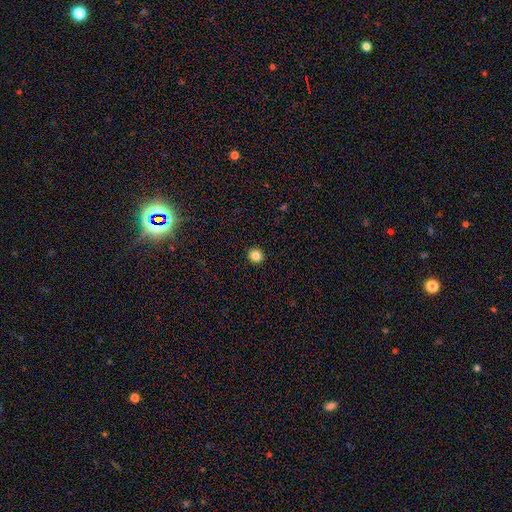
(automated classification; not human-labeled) smooth_or_featured: smooth (p=0.85) [alt: star or artifact p=0.11]
how_rounded: round (p=0.93) [alt: in between p=0.06]
merging: none (p=0.93) [alt: minor disturbance p=0.04]